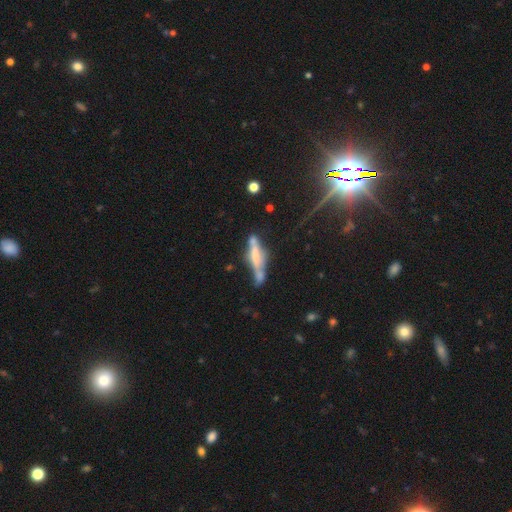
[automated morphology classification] type=featured or disk (54%); edge-on=yes (75%); merging=none (39%).